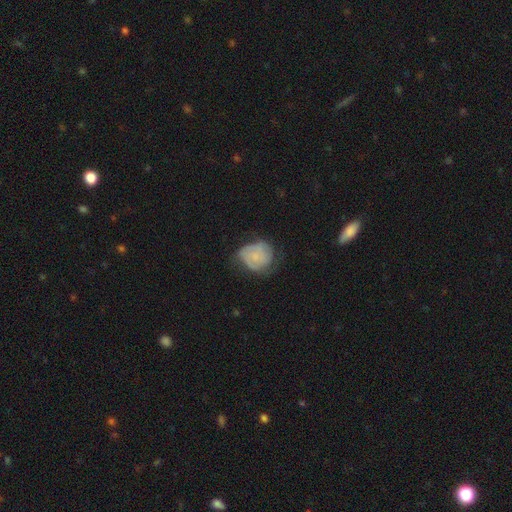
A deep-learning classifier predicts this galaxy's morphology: Smooth or featured: smooth — 53% (featured or disk — 38%)
How rounded: round — 65% (in between — 33%)
Merging: none — 43% (minor disturbance — 34%)